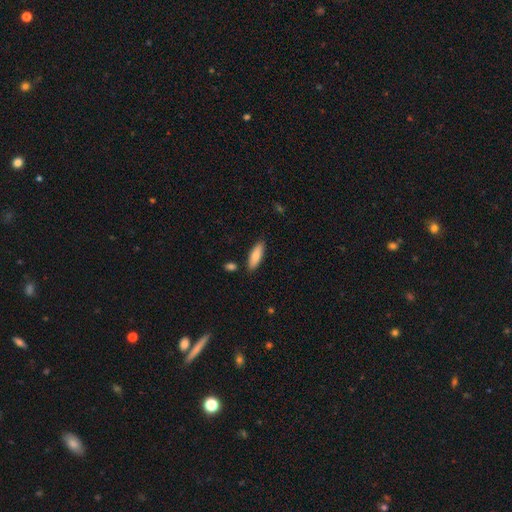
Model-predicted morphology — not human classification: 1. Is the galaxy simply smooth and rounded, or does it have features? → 82% smooth, 12% featured or disk, 6% star or artifact.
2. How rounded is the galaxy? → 58% in between, 40% cigar-shaped, 2% round.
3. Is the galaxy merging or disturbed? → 86% none, 10% minor disturbance, 3% merger, 2% major disturbance.